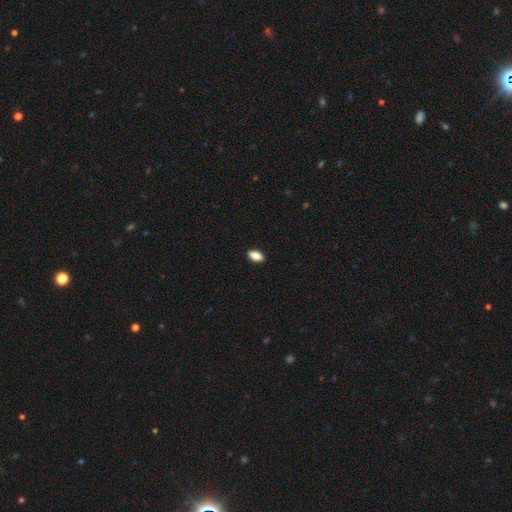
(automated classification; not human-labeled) A smooth galaxy with no disk features (86%) that is in between round and cigar-shaped (89%). Merging: none (90%).